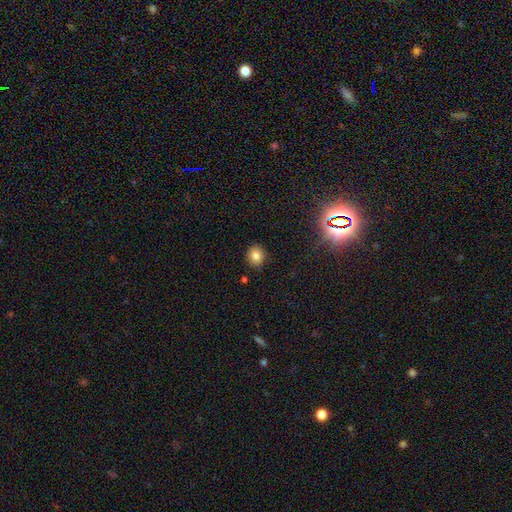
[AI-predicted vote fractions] smooth_or_featured: smooth (p=0.82) [alt: star or artifact p=0.12]
how_rounded: round (p=0.77) [alt: in between p=0.22]
merging: none (p=0.86) [alt: minor disturbance p=0.10]